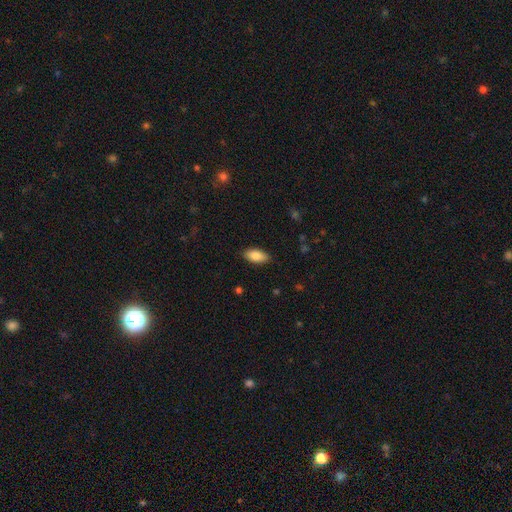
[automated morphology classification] A smooth galaxy with no disk features (84%) that is in between round and cigar-shaped (91%). Merging: none (86%).